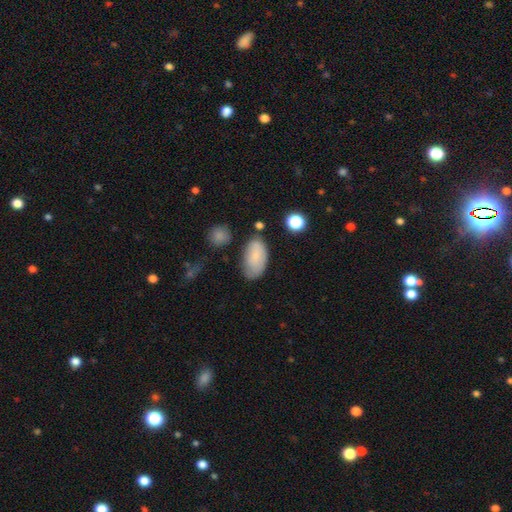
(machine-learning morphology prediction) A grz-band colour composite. It shows a smooth galaxy with no disk features (78%) that is in between round and cigar-shaped (94%). Merging: none (64%).